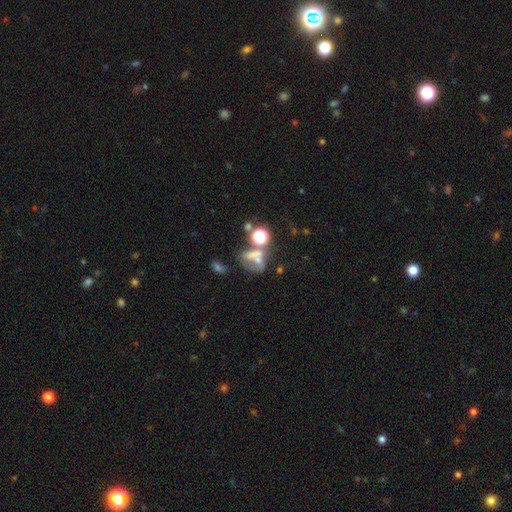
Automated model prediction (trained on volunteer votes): This is marginally a smooth galaxy (43%). Merging: marginally merger (37%).